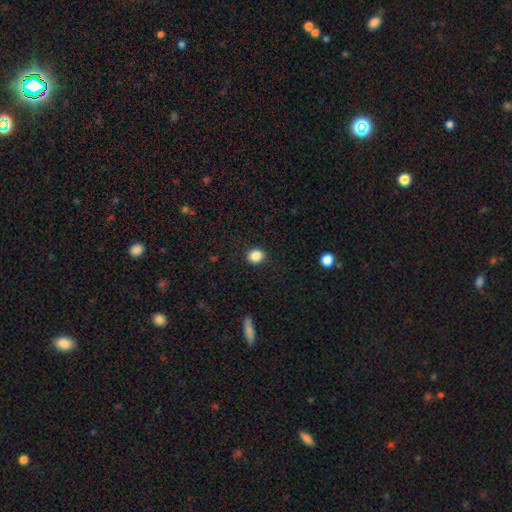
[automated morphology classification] Smooth or featured? Predicted: smooth (p=0.87). How rounded? Predicted: round (p=0.75). Merging? Predicted: none (p=0.90).